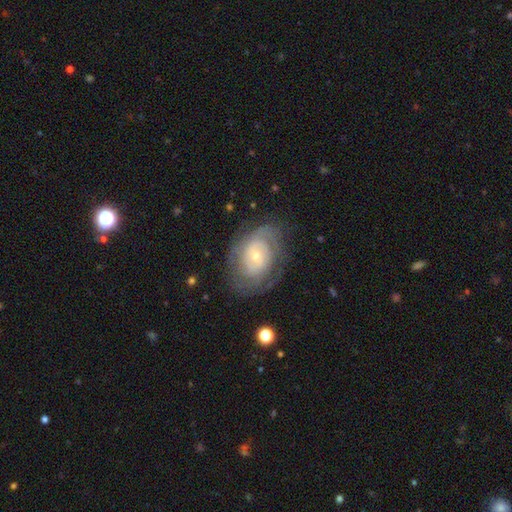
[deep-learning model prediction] A featured or disk galaxy (78%) with no bar (66%), tight (67%) spiral arms (88%) and a small central bulge (66%). Merging: none (72%).